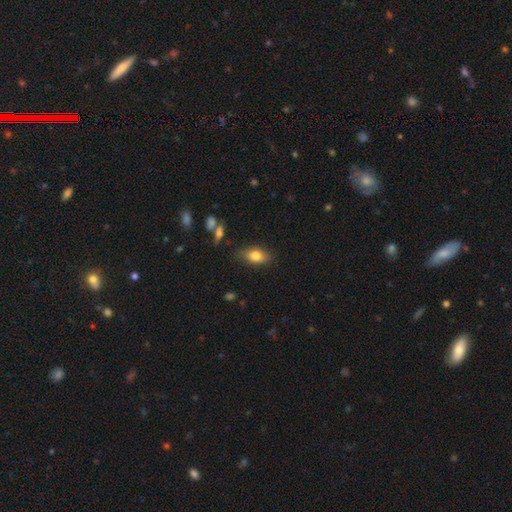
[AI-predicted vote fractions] Smooth or featured?
  - smooth: 78% *
  - featured or disk: 13%
  - star or artifact: 8%
How rounded?
  - in between: 84% *
  - round: 9%
  - cigar-shaped: 7%
Merging?
  - none: 79% *
  - minor disturbance: 15%
  - major disturbance: 3%
  - merger: 2%